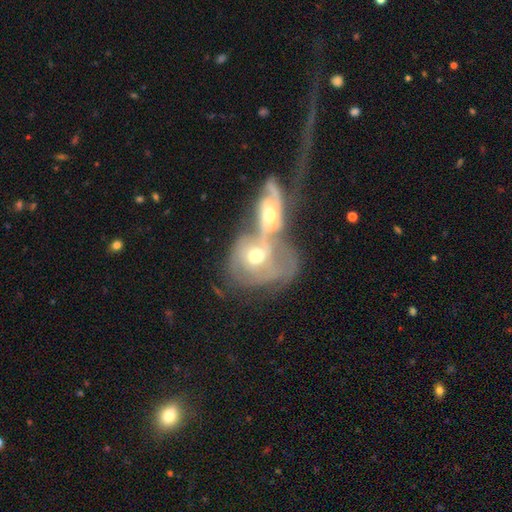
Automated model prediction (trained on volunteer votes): featured or disk 66%, smooth 23%, star or artifact 11%. Down the decision tree: edge-on disk — no (88%); bar — no (71%); spiral arms — yes (68%); bulge size — moderate (63%); merging — merger (73%).